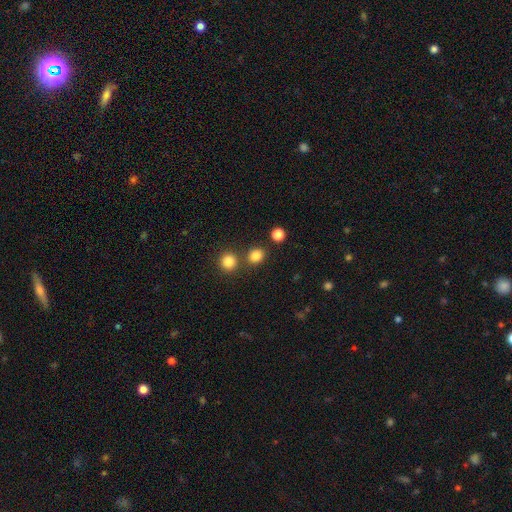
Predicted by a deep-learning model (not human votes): Smooth or featured?
  - smooth: 82% *
  - star or artifact: 13%
  - featured or disk: 5%
How rounded?
  - round: 77% *
  - in between: 22%
  - cigar-shaped: 1%
Merging?
  - none: 75% *
  - merger: 14%
  - minor disturbance: 8%
  - major disturbance: 3%